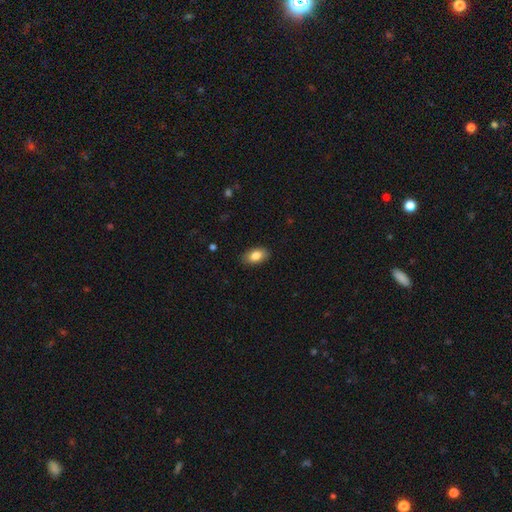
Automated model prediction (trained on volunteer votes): Smooth or featured? Predicted: smooth (p=0.84). How rounded? Predicted: in between (p=0.92). Merging? Predicted: none (p=0.88).